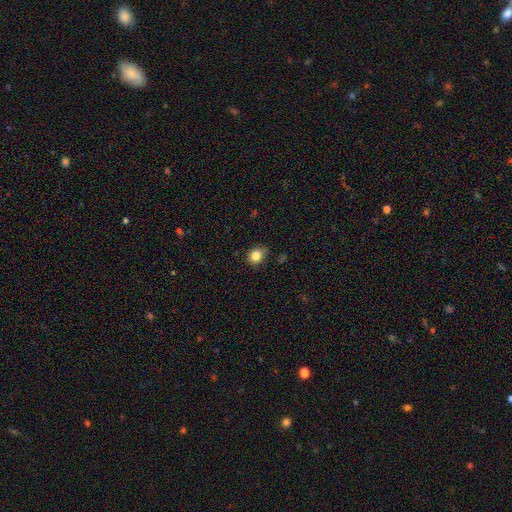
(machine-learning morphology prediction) Smooth or featured: smooth — 83% (star or artifact — 11%)
How rounded: round — 70% (in between — 29%)
Merging: none — 70% (minor disturbance — 24%)